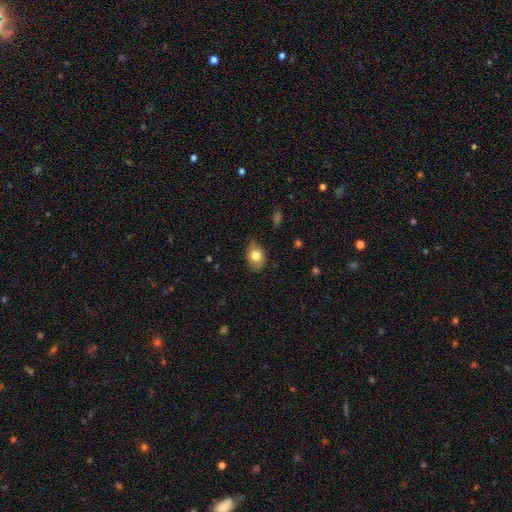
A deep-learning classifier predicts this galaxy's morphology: Smooth or featured? Predicted: smooth (p=0.77). How rounded? Predicted: in between (p=0.71). Merging? Predicted: none (p=0.70).